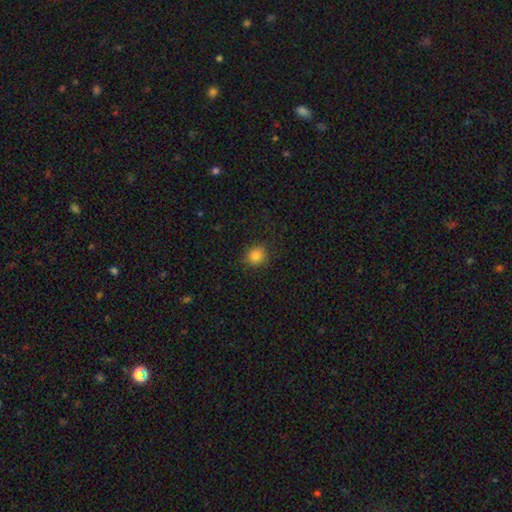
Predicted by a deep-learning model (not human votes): smooth 84%, star or artifact 11%, featured or disk 5%. Down the decision tree: how rounded — round (88%); merging — none (87%).